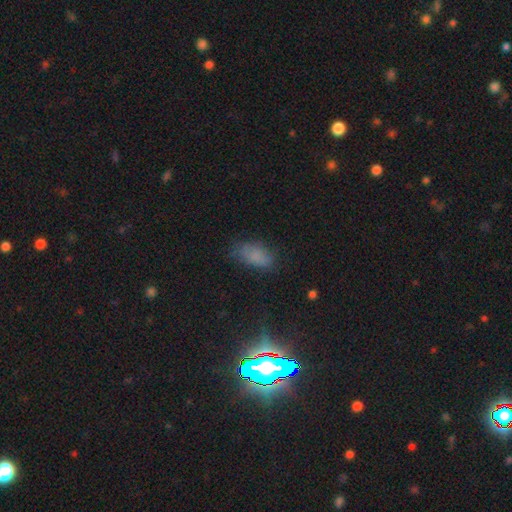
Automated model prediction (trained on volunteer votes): smooth-or-featured: smooth: 66% | star or artifact: 22% | featured or disk: 12%
  how-rounded: in between: 89% | cigar-shaped: 6% | round: 5%
  merging: none: 65% | minor disturbance: 23% | major disturbance: 10% | merger: 2%